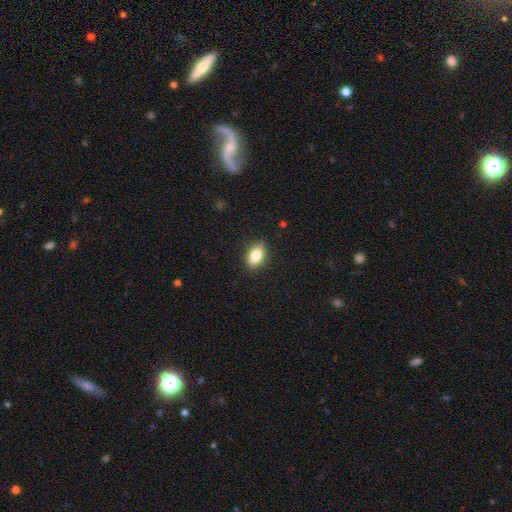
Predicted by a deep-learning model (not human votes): Q: Smooth or featured?
A: smooth (84%); runner-up: featured or disk (8%)
Q: How rounded?
A: in between (87%); runner-up: round (11%)
Q: Merging?
A: none (86%); runner-up: minor disturbance (10%)